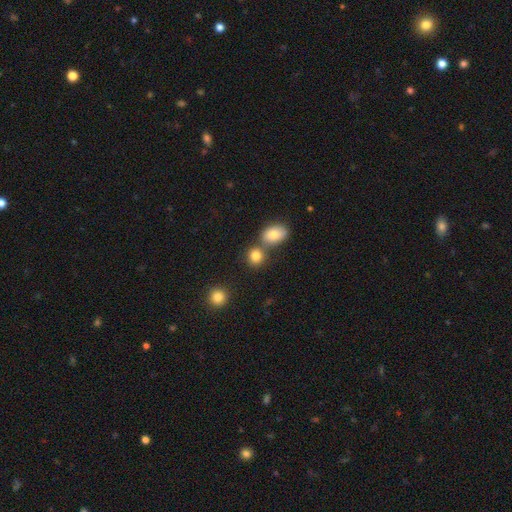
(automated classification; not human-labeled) smooth_or_featured: smooth (p=0.83) [alt: star or artifact p=0.10]
how_rounded: round (p=0.76) [alt: in between p=0.23]
merging: none (p=0.56) [alt: merger p=0.33]